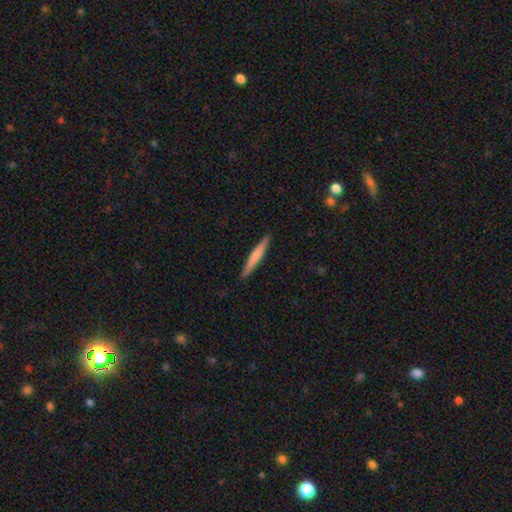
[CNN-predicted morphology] A smooth galaxy with no disk features (63%) that is cigar-shaped (96%).

Vote fractions:
- Smooth or featured? smooth: 63% / featured or disk: 32% / star or artifact: 5%
- How rounded? cigar-shaped: 96% / in between: 3% / round: 1%
- Merging? none: 91% / minor disturbance: 7% / major disturbance: 1% / merger: 1%